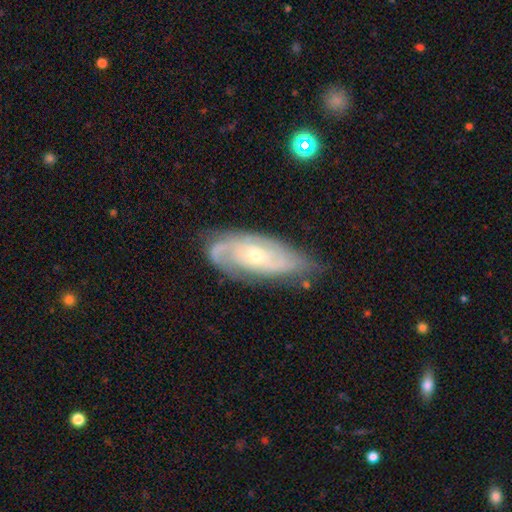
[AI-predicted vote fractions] The model was most divided on "spiral arm count": 2: 39%, can't tell: 31%, 3: 18%, 1: 5%, 4: 5%, more than 4: 3%. More confident: spiral arms — yes (93%); edge-on disk — no (91%); smooth or featured — featured or disk (81%); bar — no (68%); merging — none (68%); bulge size — small (55%); spiral winding — tight (52%).